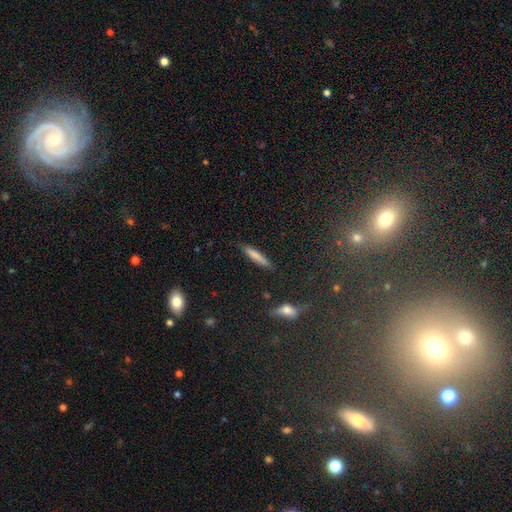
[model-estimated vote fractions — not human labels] Q: Smooth or featured?
A: smooth (77%); runner-up: featured or disk (16%)
Q: How rounded?
A: cigar-shaped (89%); runner-up: in between (9%)
Q: Merging?
A: none (86%); runner-up: minor disturbance (10%)